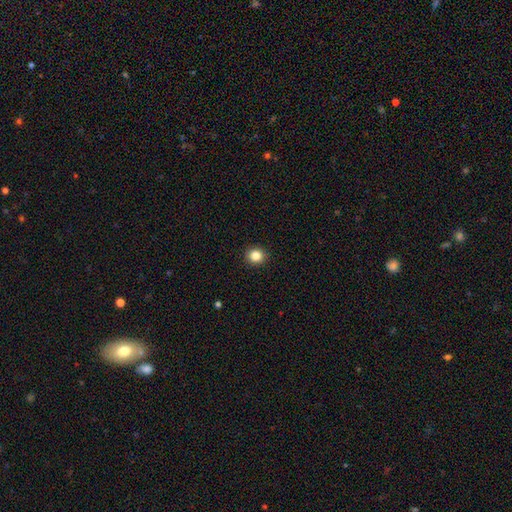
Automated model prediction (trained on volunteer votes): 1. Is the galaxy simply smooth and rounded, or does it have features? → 84% smooth, 11% star or artifact, 5% featured or disk.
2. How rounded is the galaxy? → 86% round, 13% in between, 1% cigar-shaped.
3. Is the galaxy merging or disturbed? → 92% none, 5% minor disturbance, 2% major disturbance, 1% merger.